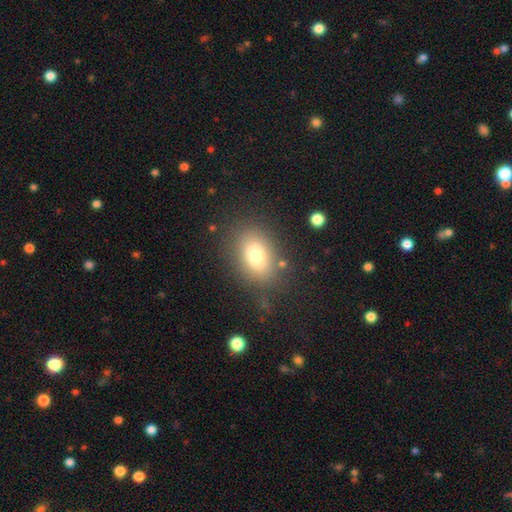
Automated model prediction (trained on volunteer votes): Smooth or featured? Predicted: smooth (p=0.74). How rounded? Predicted: in between (p=0.76). Merging? Predicted: none (p=0.78).